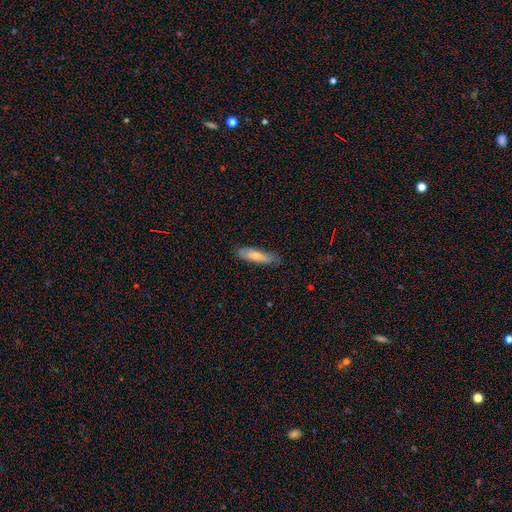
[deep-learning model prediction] smooth 60%, featured or disk 33%, star or artifact 7%. Down the decision tree: how rounded — cigar-shaped (70%); merging — none (82%).